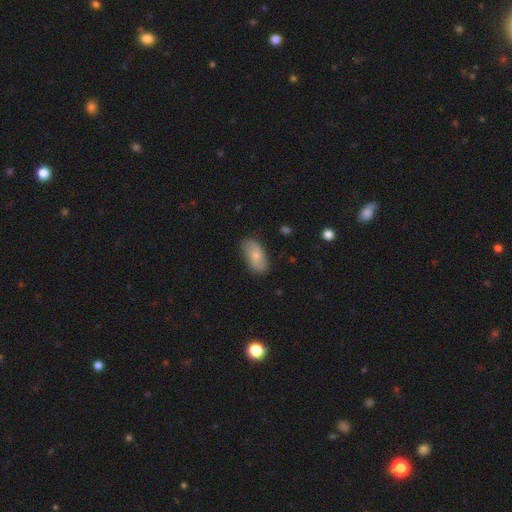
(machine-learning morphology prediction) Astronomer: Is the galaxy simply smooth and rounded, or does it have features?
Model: smooth — 71%.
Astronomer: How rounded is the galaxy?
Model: in between — 92%.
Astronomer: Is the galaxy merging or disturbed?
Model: none — 82%.